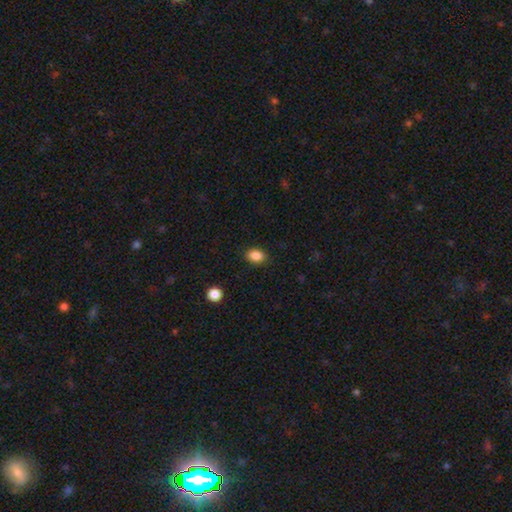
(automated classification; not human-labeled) Smooth or featured? smooth (87%)
How rounded? in between (77%)
Merging? none (87%)